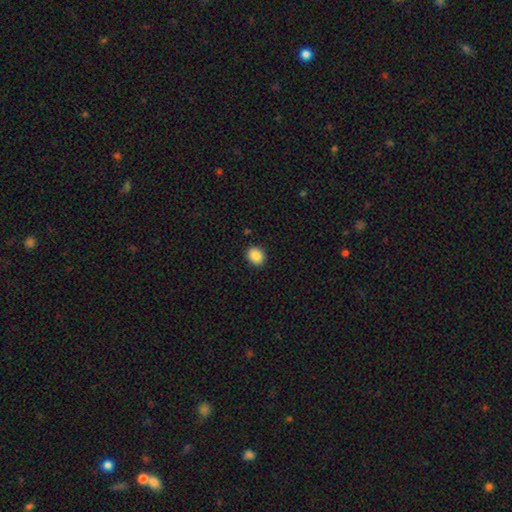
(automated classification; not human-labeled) Smooth or featured: smooth — 87% (star or artifact — 9%)
How rounded: round — 64% (in between — 36%)
Merging: none — 90% (minor disturbance — 7%)